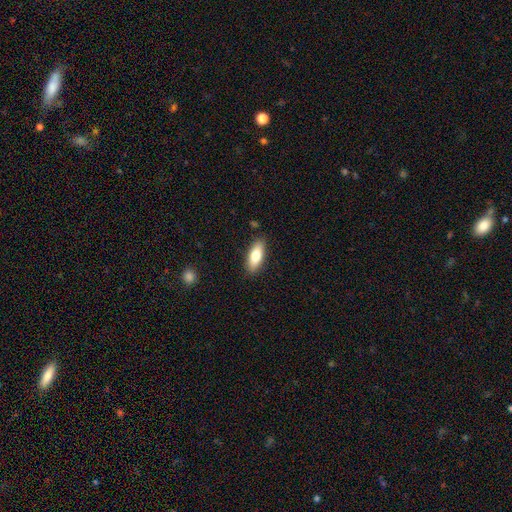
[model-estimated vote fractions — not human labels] The model was most divided on "how rounded": in between: 75%, cigar-shaped: 23%, round: 2%. More confident: merging — none (87%); smooth or featured — smooth (78%).